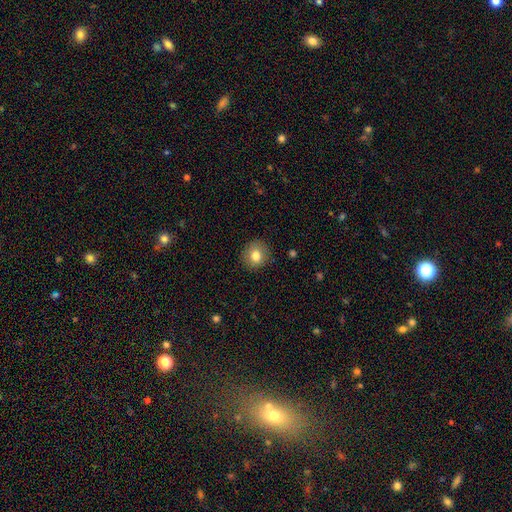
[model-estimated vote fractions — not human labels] A smooth galaxy with no disk features (80%) that is round (86%). Merging: none (89%).